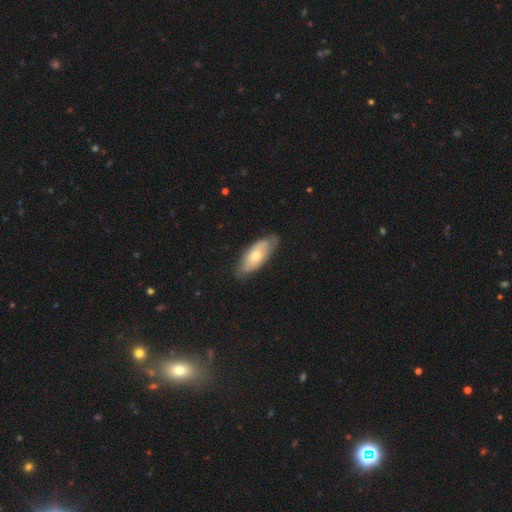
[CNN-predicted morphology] Smooth or featured?
  - smooth: 53% *
  - featured or disk: 42%
  - star or artifact: 5%
How rounded?
  - in between: 83% *
  - cigar-shaped: 14%
  - round: 3%
Merging?
  - none: 75% *
  - minor disturbance: 20%
  - major disturbance: 4%
  - merger: 1%